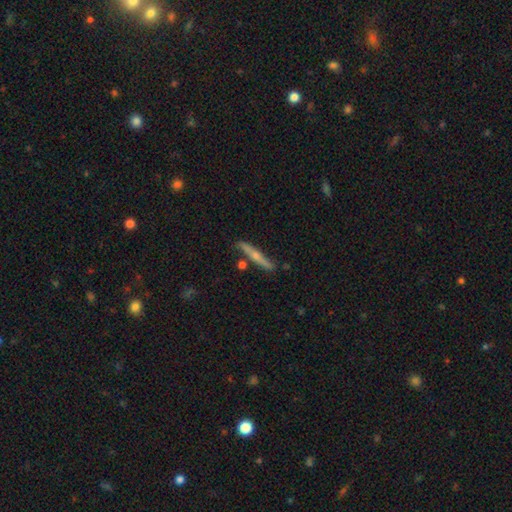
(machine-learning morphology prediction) type=featured or disk (58%); edge-on=yes (93%); edge-on bulge=rounded (80%); merging=none (79%).